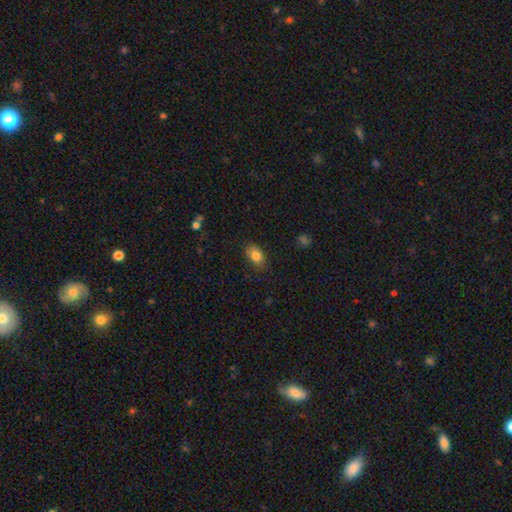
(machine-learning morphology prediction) smooth-or-featured: smooth: 83% | star or artifact: 9% | featured or disk: 9%
  how-rounded: in between: 87% | round: 11% | cigar-shaped: 2%
  merging: none: 83% | minor disturbance: 13% | major disturbance: 3% | merger: 1%